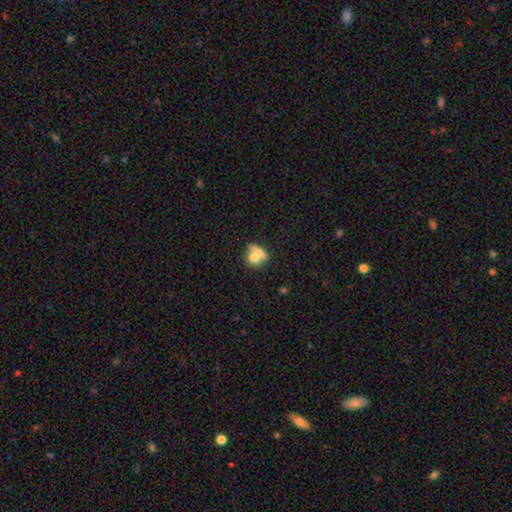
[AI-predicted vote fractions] The model was most divided on "merging": merger: 49%, none: 34%, minor disturbance: 11%, major disturbance: 7%. More confident: smooth or featured — smooth (69%); how rounded — round (65%).